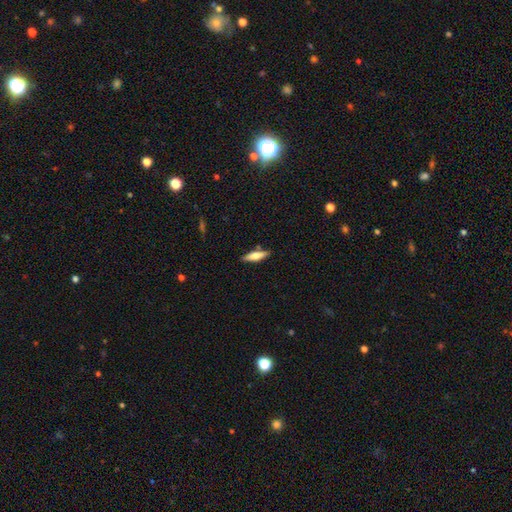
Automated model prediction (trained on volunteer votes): smooth_or_featured: smooth (p=0.62) [alt: featured or disk p=0.32]
how_rounded: cigar-shaped (p=0.66) [alt: in between p=0.32]
merging: none (p=0.84) [alt: minor disturbance p=0.11]